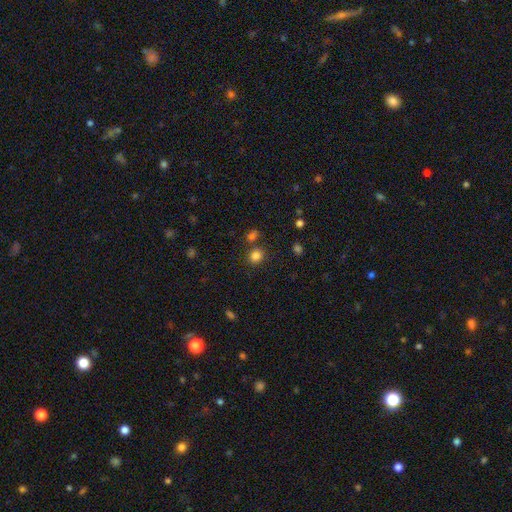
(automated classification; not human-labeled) A smooth galaxy with no disk features (82%) that is round (81%). Merging: none (79%).